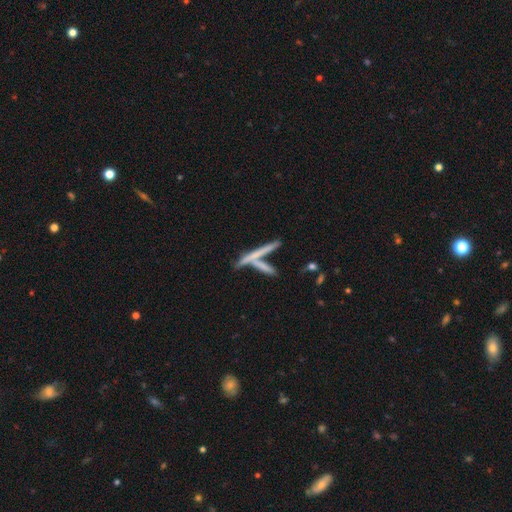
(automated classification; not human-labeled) This is possibly a smooth galaxy (47%). Merging: possibly none (54%).